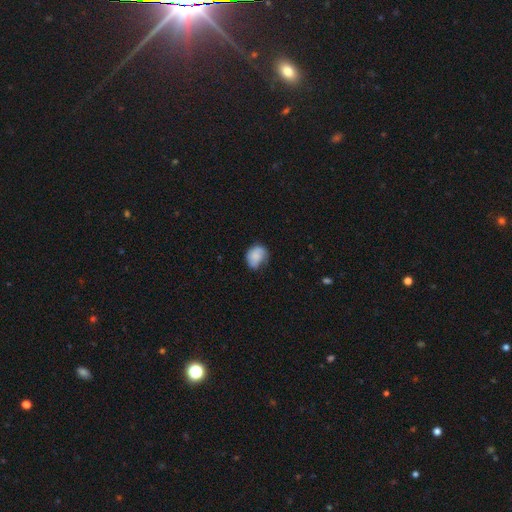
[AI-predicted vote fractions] Smooth or featured? smooth (78%)
How rounded? in between (60%)
Merging? none (51%)